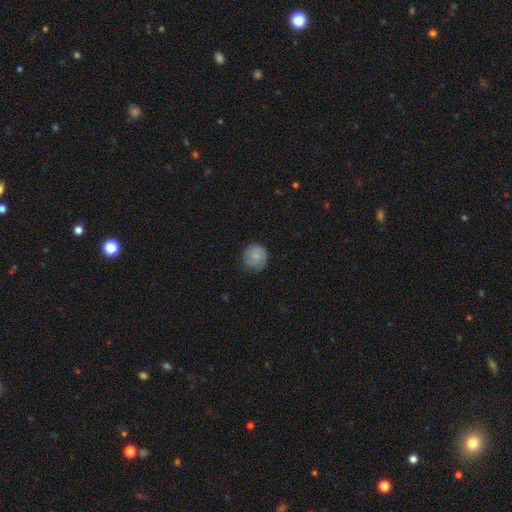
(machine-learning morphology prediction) A smooth galaxy with no disk features (73%) that is round (91%).

Vote fractions:
- Smooth or featured? smooth: 73% / featured or disk: 20% / star or artifact: 7%
- How rounded? round: 91% / in between: 8% / cigar-shaped: 1%
- Merging? none: 77% / minor disturbance: 17% / major disturbance: 4% / merger: 1%